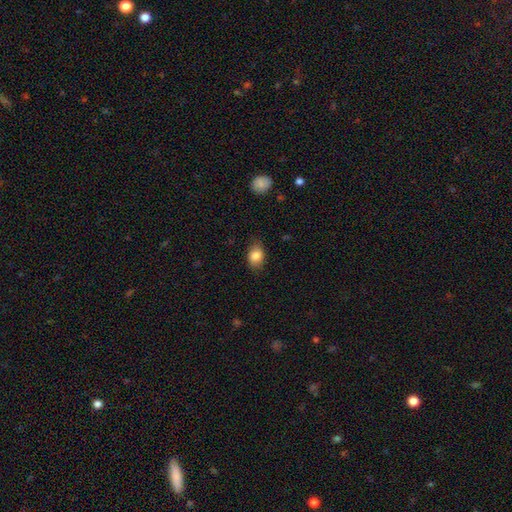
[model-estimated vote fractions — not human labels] smooth-or-featured: smooth: 85% | star or artifact: 8% | featured or disk: 7%
  how-rounded: in between: 76% | round: 22% | cigar-shaped: 1%
  merging: none: 78% | minor disturbance: 17% | major disturbance: 4% | merger: 1%